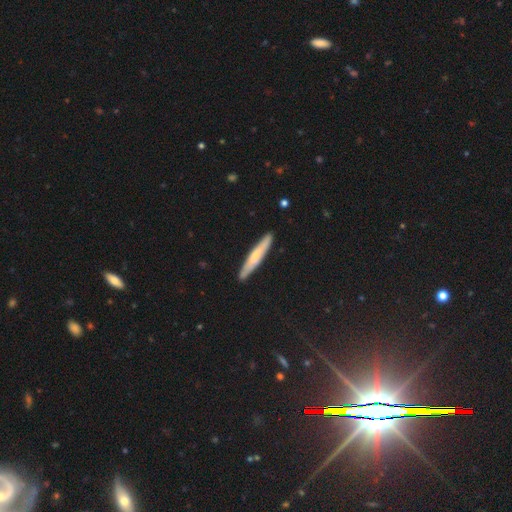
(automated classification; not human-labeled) Smooth or featured? Predicted: smooth (p=0.54). How rounded? Predicted: cigar-shaped (p=0.94). Merging? Predicted: none (p=0.90).